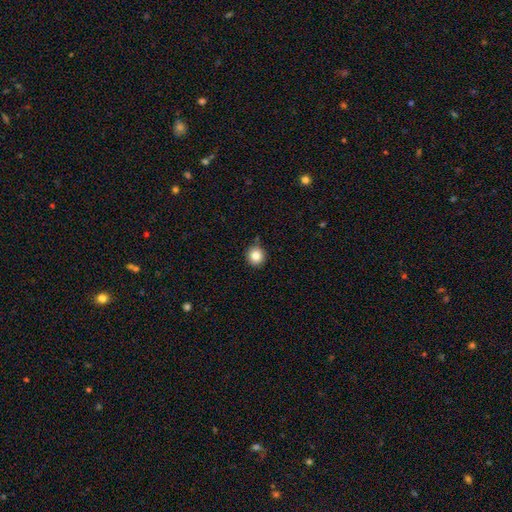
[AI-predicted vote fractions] Smooth or featured: smooth — 85% (star or artifact — 10%)
How rounded: round — 93% (in between — 6%)
Merging: none — 86% (minor disturbance — 9%)